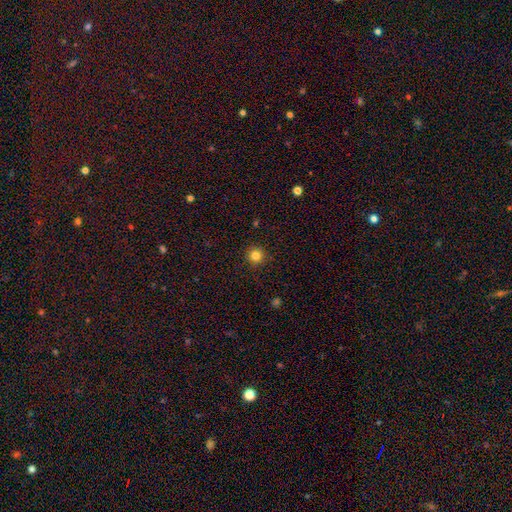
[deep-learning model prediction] The model was most divided on "smooth or featured": smooth: 83%, star or artifact: 12%, featured or disk: 5%. More confident: how rounded — round (95%); merging — none (92%).